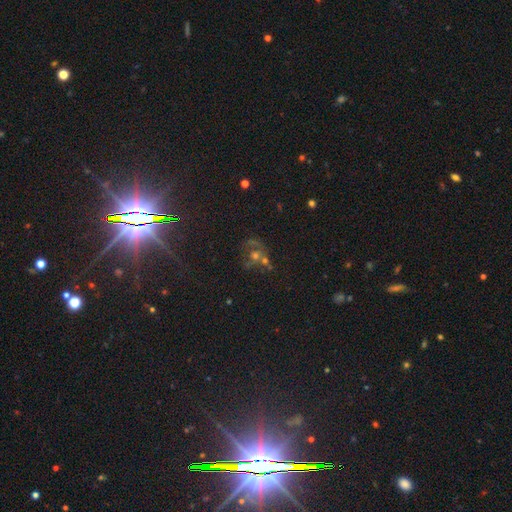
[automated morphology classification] smooth_or_featured: featured or disk (p=0.37) [alt: star or artifact p=0.35]
merging: none (p=0.41) [alt: merger p=0.29]